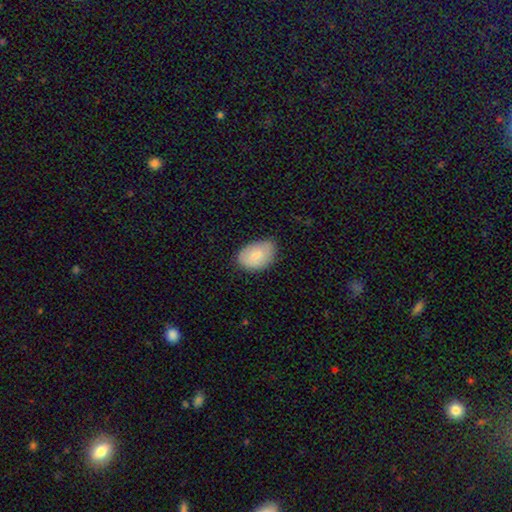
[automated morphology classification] A smooth galaxy with no disk features (78%) that is in between round and cigar-shaped (87%).

Vote fractions:
- Smooth or featured? smooth: 78% / featured or disk: 16% / star or artifact: 6%
- How rounded? in between: 87% / round: 12% / cigar-shaped: 1%
- Merging? none: 69% / minor disturbance: 26% / major disturbance: 4% / merger: 1%